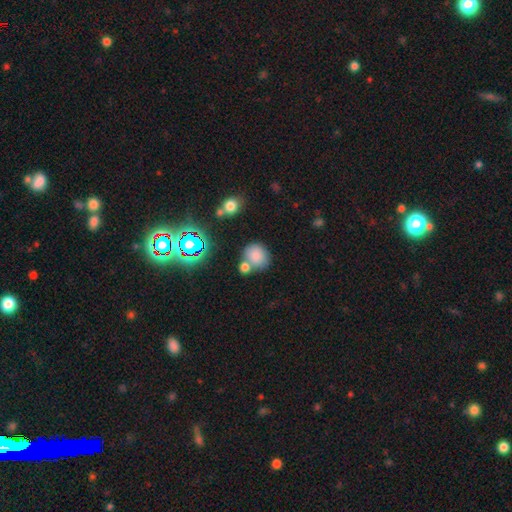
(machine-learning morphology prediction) Smooth or featured? smooth (77%)
How rounded? round (79%)
Merging? none (54%)